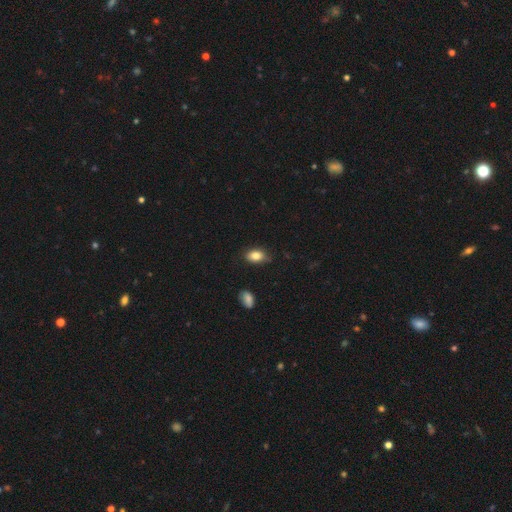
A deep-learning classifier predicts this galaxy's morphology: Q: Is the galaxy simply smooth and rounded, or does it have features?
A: smooth — 83%.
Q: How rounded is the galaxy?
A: in between — 85%.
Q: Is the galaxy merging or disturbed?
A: none — 74%.